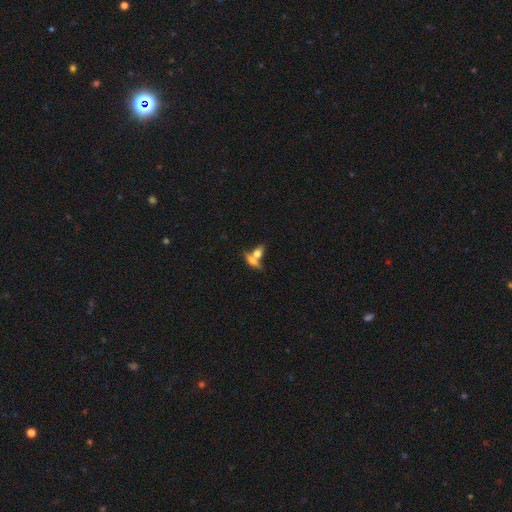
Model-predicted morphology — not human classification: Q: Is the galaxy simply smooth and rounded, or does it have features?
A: smooth — 57%.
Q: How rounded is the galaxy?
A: in between — 60%.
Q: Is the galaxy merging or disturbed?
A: merger — 56%.